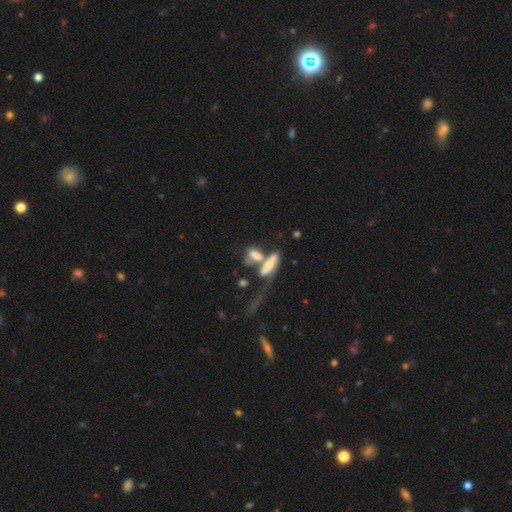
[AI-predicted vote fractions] smooth 62%, featured or disk 28%, star or artifact 10%. Down the decision tree: how rounded — in between (61%); merging — merger (59%).